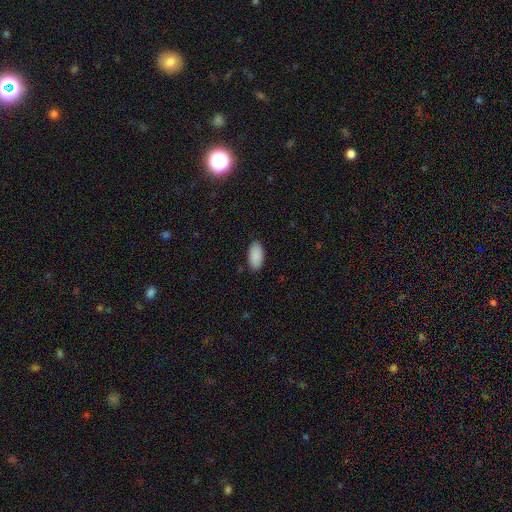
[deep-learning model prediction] The model was most divided on "merging": none: 86%, minor disturbance: 11%, major disturbance: 2%, merger: 1%. More confident: how rounded — in between (95%); smooth or featured — smooth (90%).